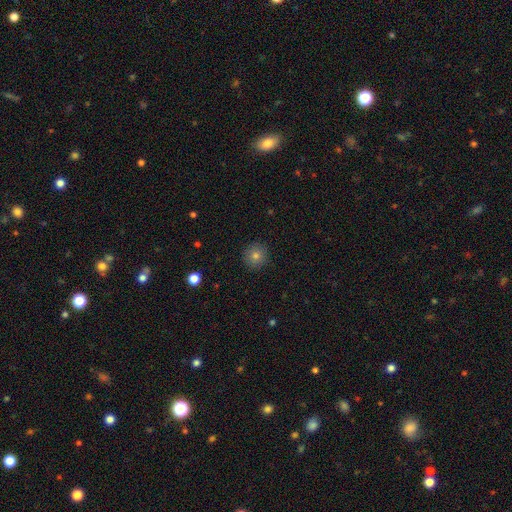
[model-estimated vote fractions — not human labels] The model was most divided on "smooth or featured": smooth: 77%, star or artifact: 13%, featured or disk: 9%. More confident: how rounded — round (94%); merging — none (91%).